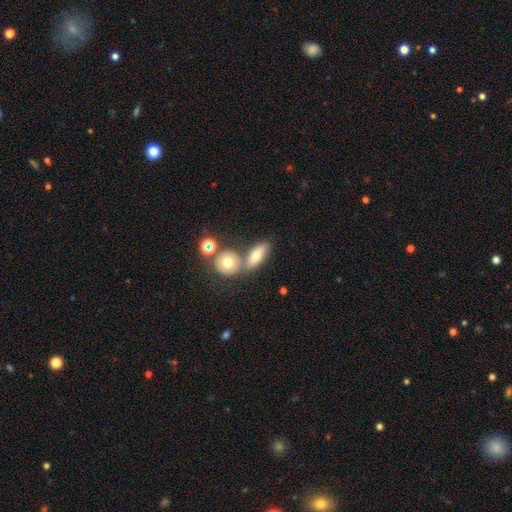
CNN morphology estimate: Smooth or featured: smooth — 70% (featured or disk — 20%)
How rounded: in between — 70% (round — 16%)
Merging: none — 51% (merger — 33%)